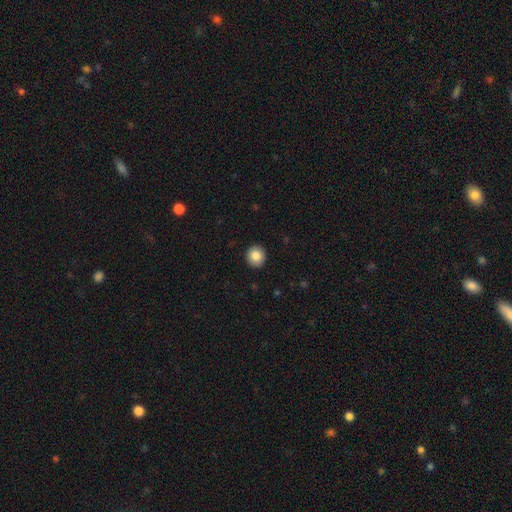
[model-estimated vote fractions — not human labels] smooth-or-featured: smooth: 85% | star or artifact: 9% | featured or disk: 7%
  how-rounded: round: 89% | in between: 10% | cigar-shaped: 1%
  merging: none: 92% | minor disturbance: 5% | major disturbance: 1% | merger: 1%